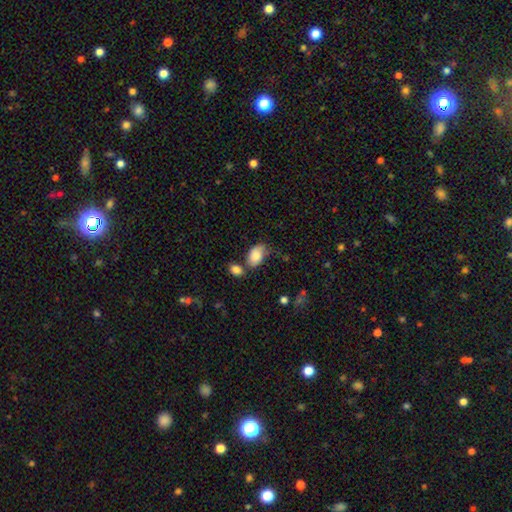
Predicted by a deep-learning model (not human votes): Q: Smooth or featured?
A: smooth (82%); runner-up: featured or disk (11%)
Q: How rounded?
A: in between (89%); runner-up: round (10%)
Q: Merging?
A: none (46%); runner-up: minor disturbance (25%)